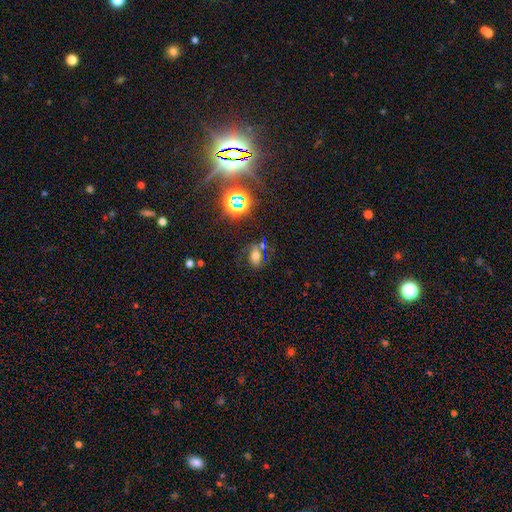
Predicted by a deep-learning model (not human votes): Overall: smooth (51%; star or artifact 27%). How rounded: in between (68%; round 30%). Merging: none (58%; minor disturbance 19%).